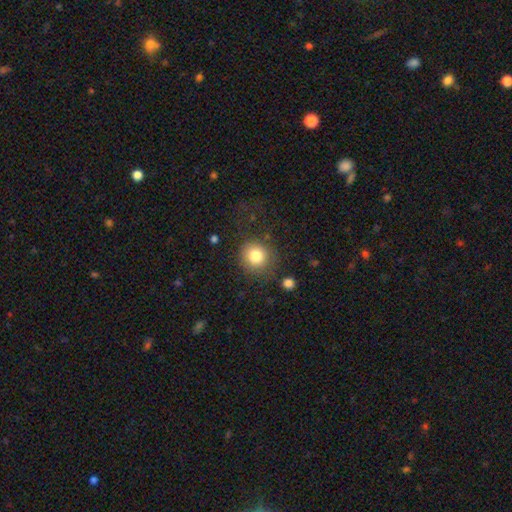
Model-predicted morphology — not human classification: This appears to be a smooth galaxy with no disk features (81%) that is round (89%). Merging: none (78%).